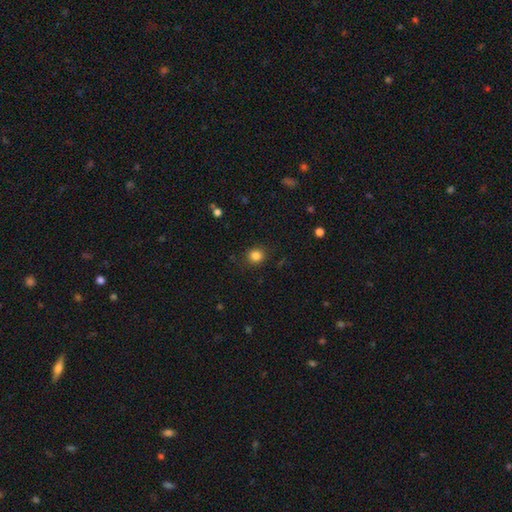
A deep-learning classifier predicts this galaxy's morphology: A smooth galaxy with no disk features (85%) that is round (84%). Merging: none (86%).